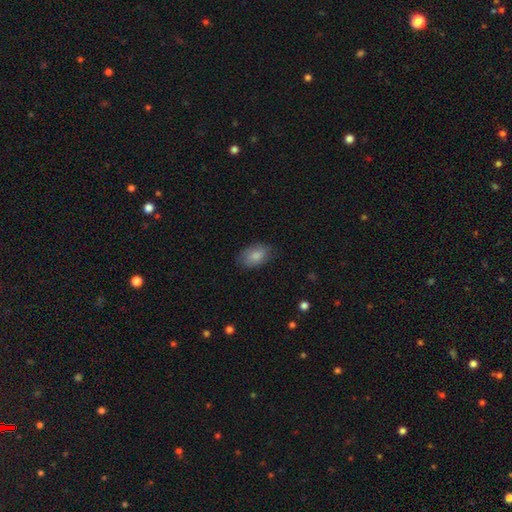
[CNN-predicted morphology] Q: Smooth or featured?
A: smooth (83%); runner-up: featured or disk (11%)
Q: How rounded?
A: in between (88%); runner-up: round (10%)
Q: Merging?
A: none (75%); runner-up: minor disturbance (19%)